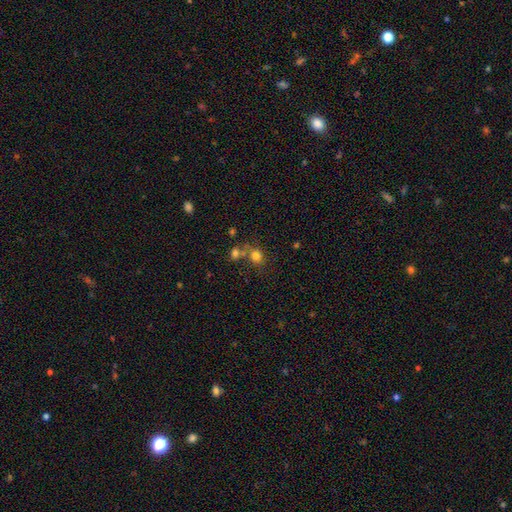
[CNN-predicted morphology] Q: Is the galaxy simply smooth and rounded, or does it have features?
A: smooth — 76%.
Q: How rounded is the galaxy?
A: round — 74%.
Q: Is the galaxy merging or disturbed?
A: none — 54%.